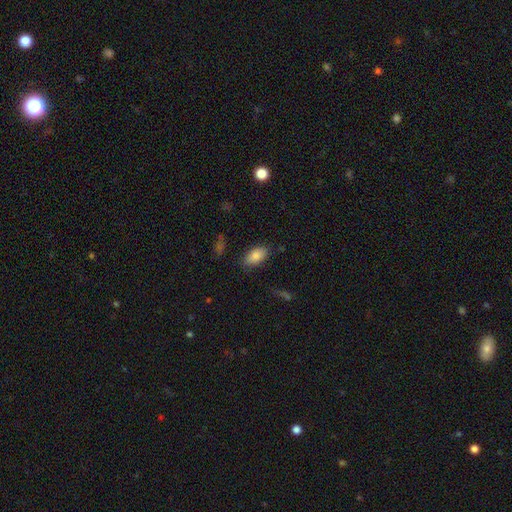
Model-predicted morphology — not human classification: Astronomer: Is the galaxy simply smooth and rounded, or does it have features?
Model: smooth — 84%.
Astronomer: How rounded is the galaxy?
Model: in between — 93%.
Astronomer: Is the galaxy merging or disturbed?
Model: none — 81%.